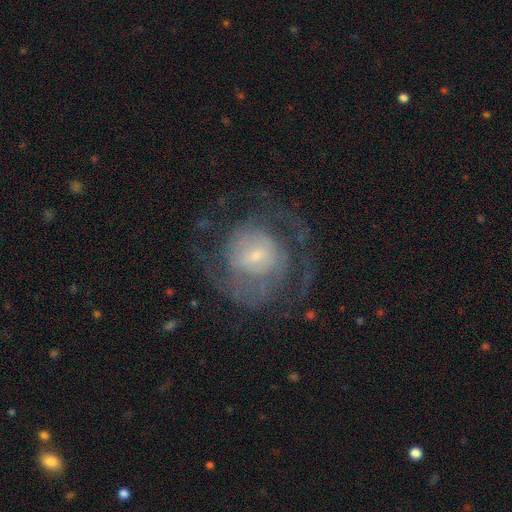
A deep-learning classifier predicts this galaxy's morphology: smooth_or_featured: featured or disk (p=0.79) [alt: smooth p=0.14]
disk_edge_on: no (p=0.98) [alt: yes p=0.02]
bar: no (p=0.51) [alt: weak p=0.41]
has_spiral_arms: yes (p=0.87) [alt: no p=0.13]
spiral_winding: tight (p=0.44) [alt: medium p=0.40]
spiral_arm_count: 2 (p=0.43) [alt: can't tell p=0.30]
bulge_size: small (p=0.69) [alt: moderate p=0.23]
merging: none (p=0.63) [alt: major disturbance p=0.21]